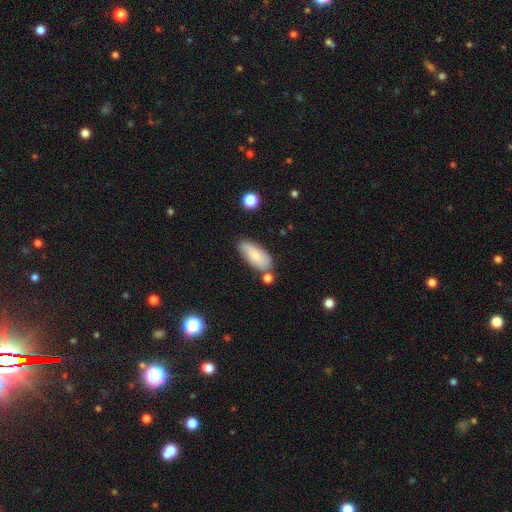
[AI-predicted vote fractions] smooth 74%, featured or disk 19%, star or artifact 7%. Down the decision tree: how rounded — in between (87%); merging — none (64%).